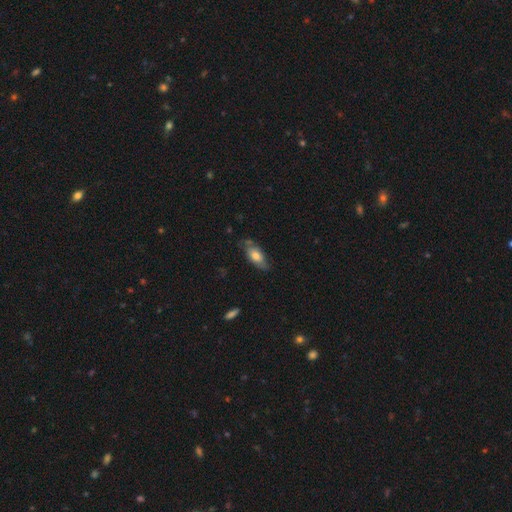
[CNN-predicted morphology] Smooth or featured: smooth — 62% (featured or disk — 32%)
How rounded: in between — 84% (cigar-shaped — 13%)
Merging: none — 64% (minor disturbance — 27%)